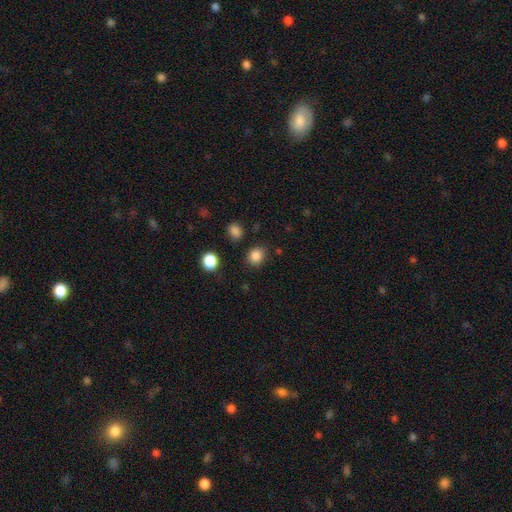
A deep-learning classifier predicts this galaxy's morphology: type=smooth (85%); roundness=round (70%); merging=none (84%).